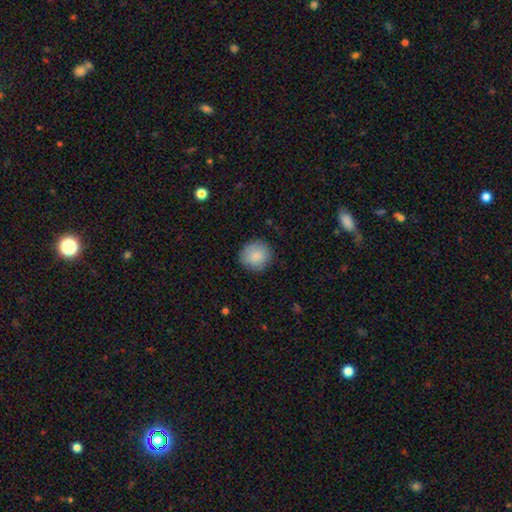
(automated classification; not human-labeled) Smooth or featured: smooth — 87% (star or artifact — 7%)
How rounded: round — 91% (in between — 9%)
Merging: none — 87% (minor disturbance — 10%)